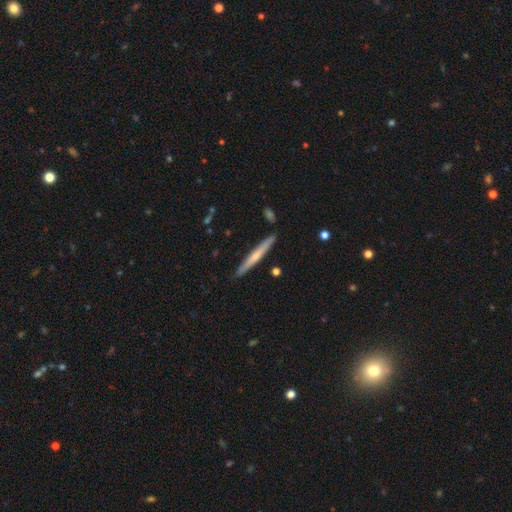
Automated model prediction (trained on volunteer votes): A smooth galaxy with no disk features (48%).

Vote fractions:
- Smooth or featured? smooth: 48% / featured or disk: 46% / star or artifact: 5%
- Merging? none: 89% / minor disturbance: 8% / merger: 2% / major disturbance: 1%